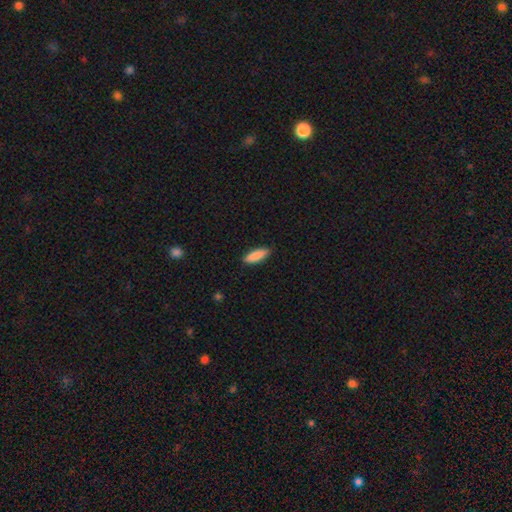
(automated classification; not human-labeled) A smooth galaxy with no disk features (89%) that is in between round and cigar-shaped (51%). Merging: none (86%).